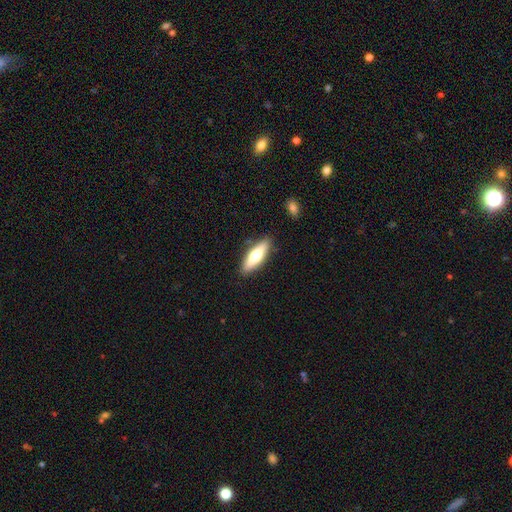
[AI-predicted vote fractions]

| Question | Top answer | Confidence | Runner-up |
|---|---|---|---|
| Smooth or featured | smooth | 59% | featured or disk (35%) |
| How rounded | cigar-shaped | 50% | in between (48%) |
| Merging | none | 87% | minor disturbance (9%) |